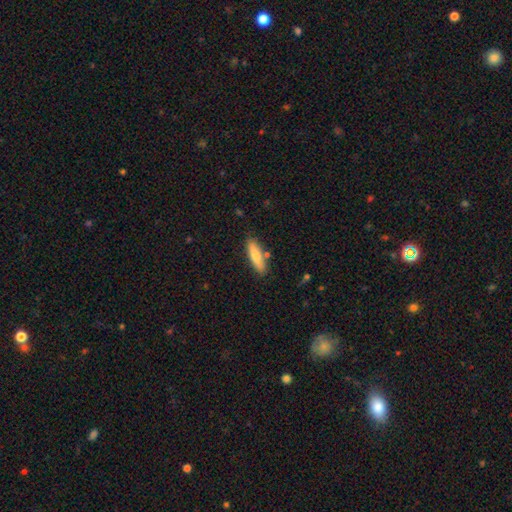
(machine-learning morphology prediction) The model was most divided on "how rounded": cigar-shaped: 66%, in between: 32%, round: 2%. More confident: merging — none (81%); smooth or featured — smooth (74%).